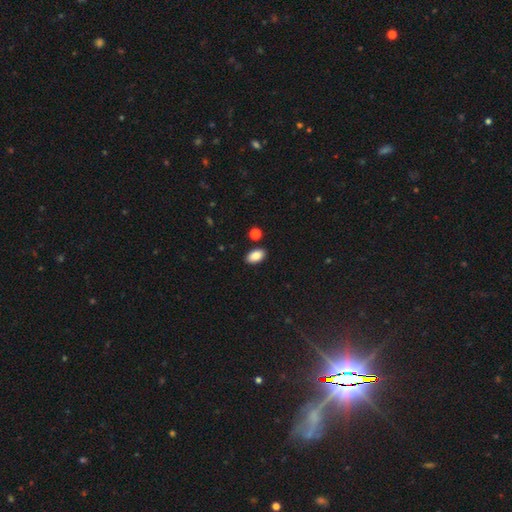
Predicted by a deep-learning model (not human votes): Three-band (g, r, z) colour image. It shows a smooth galaxy with no disk features (87%) that is in between round and cigar-shaped (93%). Merging: none (86%).